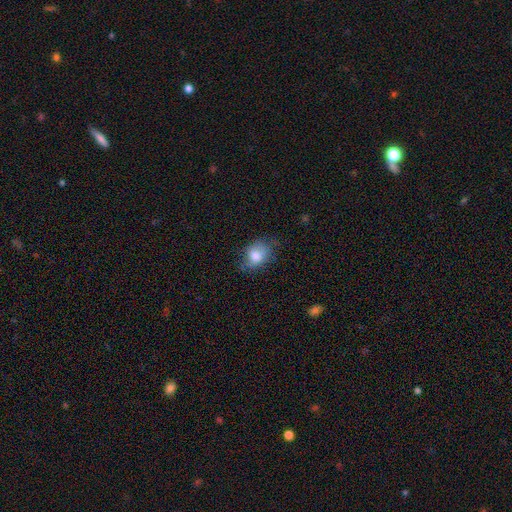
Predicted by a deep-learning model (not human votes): Smooth or featured? Predicted: smooth (p=0.76). How rounded? Predicted: in between (p=0.69). Merging? Predicted: none (p=0.55).